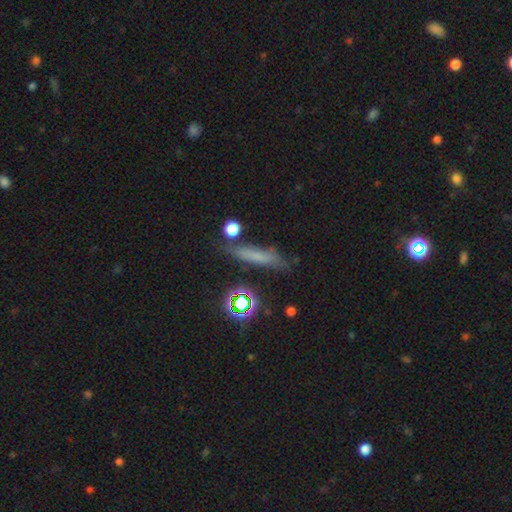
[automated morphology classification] This is possibly a smooth galaxy (56%). How rounded: likely cigar-shaped (77%). Merging: likely none (71%).